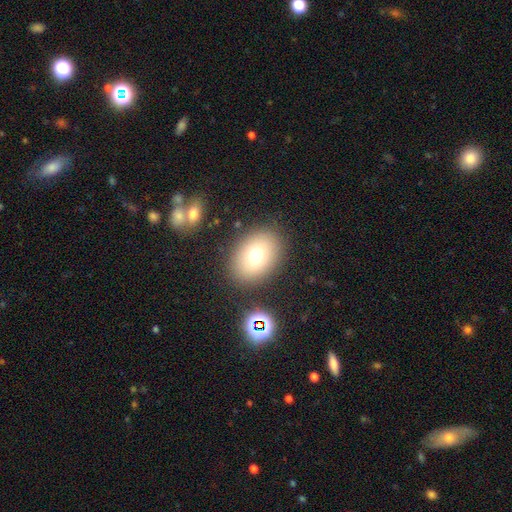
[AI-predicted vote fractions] Smooth or featured: smooth — 74% (featured or disk — 14%)
How rounded: in between — 71% (round — 28%)
Merging: none — 85% (minor disturbance — 9%)